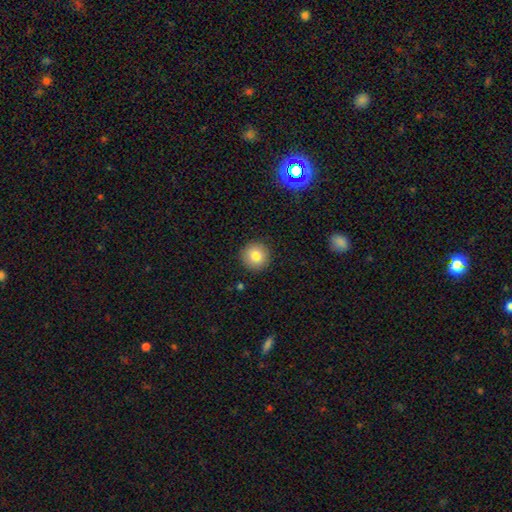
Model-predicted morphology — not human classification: Smooth or featured? Predicted: smooth (p=0.82). How rounded? Predicted: round (p=0.95). Merging? Predicted: none (p=0.92).